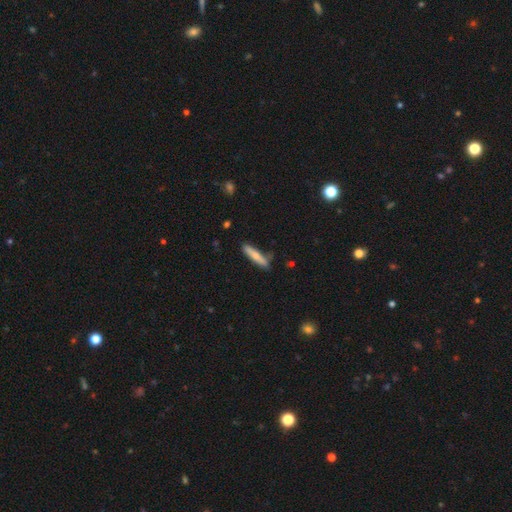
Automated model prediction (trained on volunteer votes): Smooth or featured?
  - smooth: 68% *
  - featured or disk: 27%
  - star or artifact: 6%
How rounded?
  - cigar-shaped: 86% *
  - in between: 12%
  - round: 1%
Merging?
  - none: 77% *
  - minor disturbance: 17%
  - major disturbance: 3%
  - merger: 3%